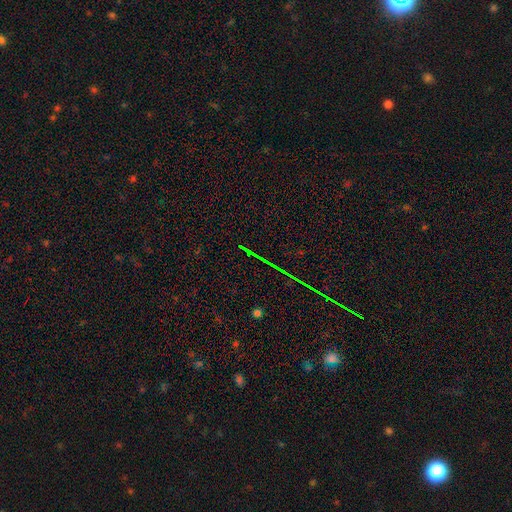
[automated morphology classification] Overall: star or artifact (80%).